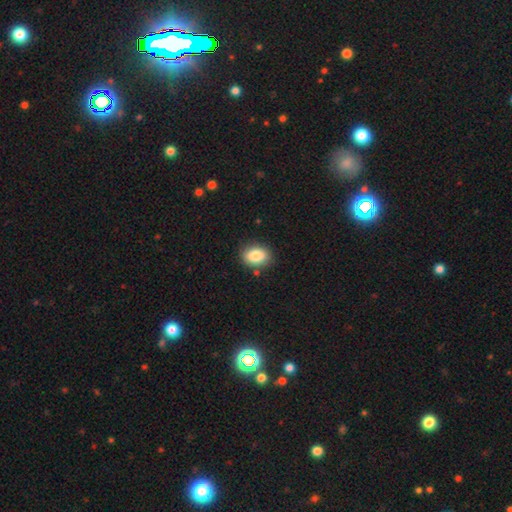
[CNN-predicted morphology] smooth 85%, star or artifact 8%, featured or disk 7%. Down the decision tree: how rounded — in between (73%); merging — none (83%).